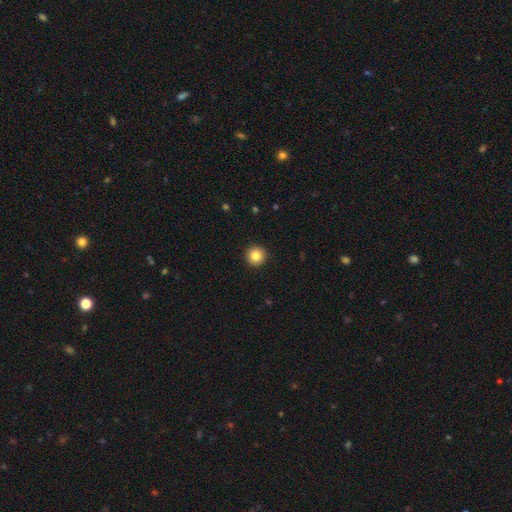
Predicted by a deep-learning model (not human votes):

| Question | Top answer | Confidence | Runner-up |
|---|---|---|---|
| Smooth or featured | smooth | 84% | star or artifact (10%) |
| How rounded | round | 96% | in between (3%) |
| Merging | none | 93% | minor disturbance (4%) |